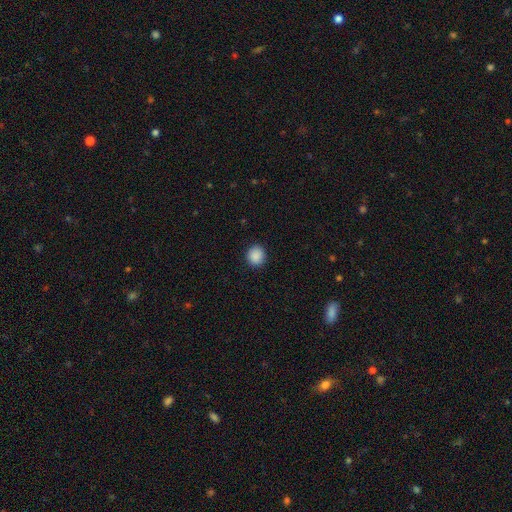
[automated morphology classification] smooth 89%, star or artifact 9%, featured or disk 2%. Down the decision tree: how rounded — round (83%); merging — none (90%).